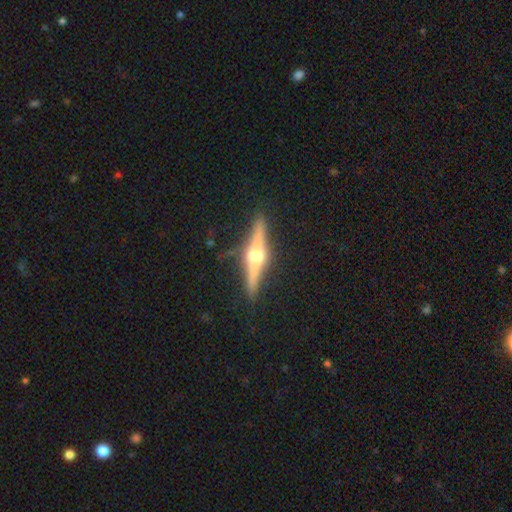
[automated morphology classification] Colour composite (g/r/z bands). It shows a featured or disk galaxy (82%) viewed edge-on (98%) with a rounded central bulge (95%). Merging: none (90%).